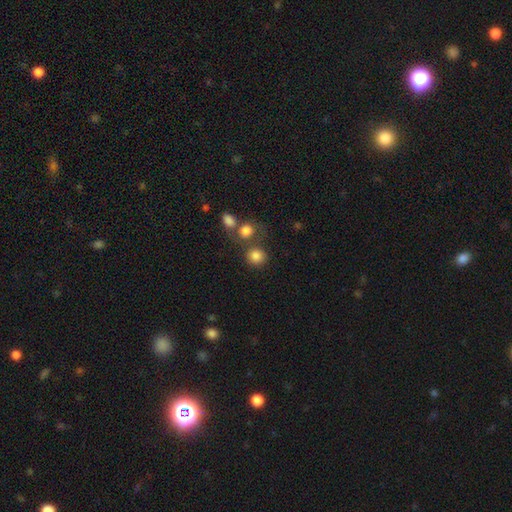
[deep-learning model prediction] smooth-or-featured: smooth: 82% | star or artifact: 11% | featured or disk: 7%
  how-rounded: round: 85% | in between: 14% | cigar-shaped: 1%
  merging: none: 61% | merger: 24% | minor disturbance: 10% | major disturbance: 5%